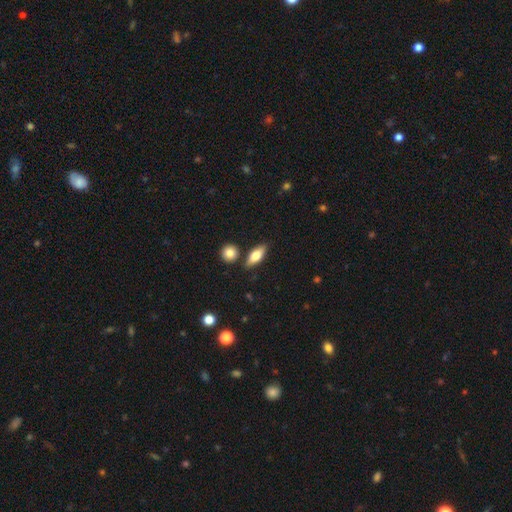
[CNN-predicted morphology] This is likely a smooth galaxy (67%). How rounded: likely in between (71%). Merging: likely none (80%).